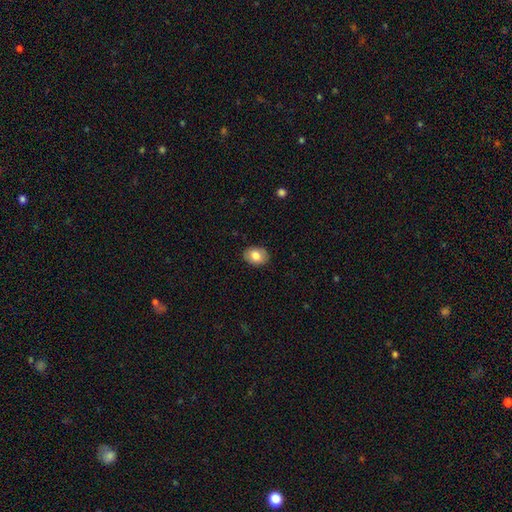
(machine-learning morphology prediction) This is clearly a smooth galaxy (81%). How rounded: likely in between (72%). Merging: clearly none (88%).